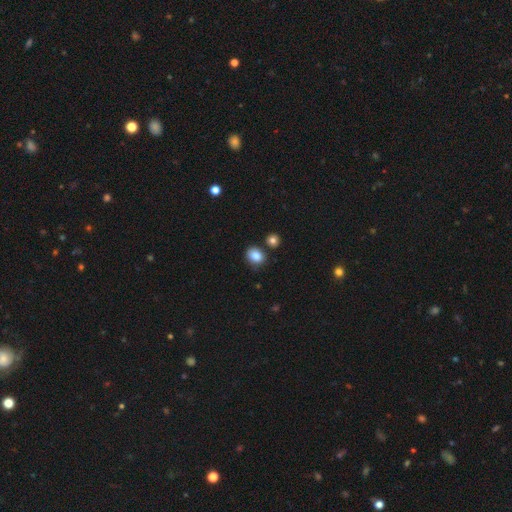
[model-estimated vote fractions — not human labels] Smooth or featured? smooth (84%)
How rounded? round (56%)
Merging? none (77%)